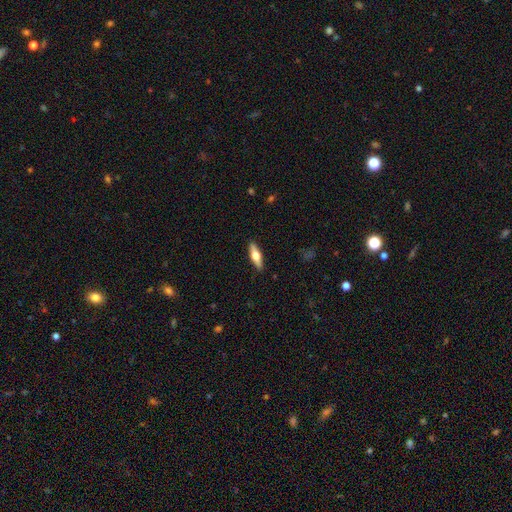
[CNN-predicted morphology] Overall: featured or disk (49%; smooth 45%). Merging: none (89%).